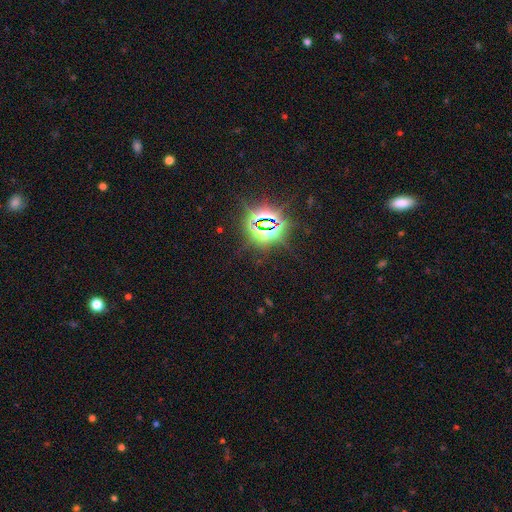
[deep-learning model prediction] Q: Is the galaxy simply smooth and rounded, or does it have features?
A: star or artifact — 79%.